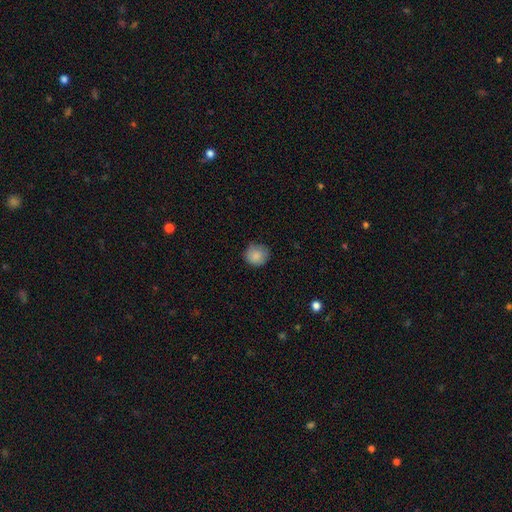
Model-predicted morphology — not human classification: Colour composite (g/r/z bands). It shows a smooth galaxy with no disk features (86%) that is round (90%). Merging: none (80%).